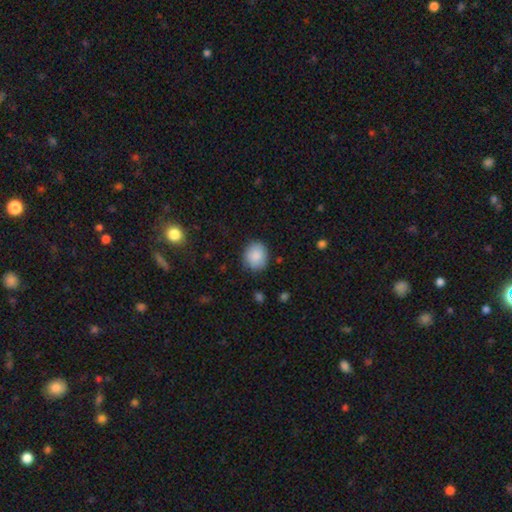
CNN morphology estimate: smooth_or_featured: smooth (p=0.88) [alt: star or artifact p=0.07]
how_rounded: round (p=0.66) [alt: in between p=0.34]
merging: none (p=0.83) [alt: minor disturbance p=0.12]